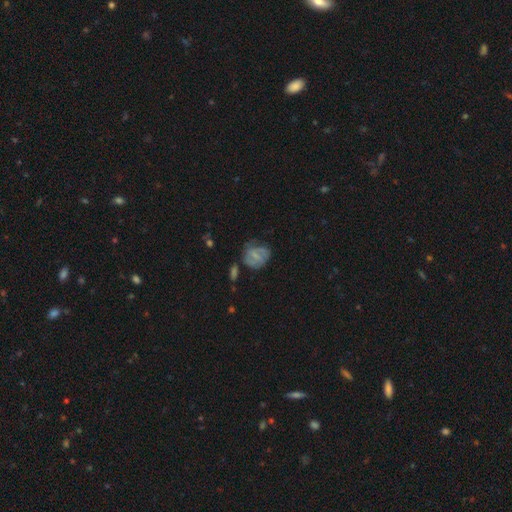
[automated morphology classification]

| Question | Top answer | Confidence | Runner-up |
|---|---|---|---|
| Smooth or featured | smooth | 46% | featured or disk (45%) |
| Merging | none | 49% | minor disturbance (29%) |